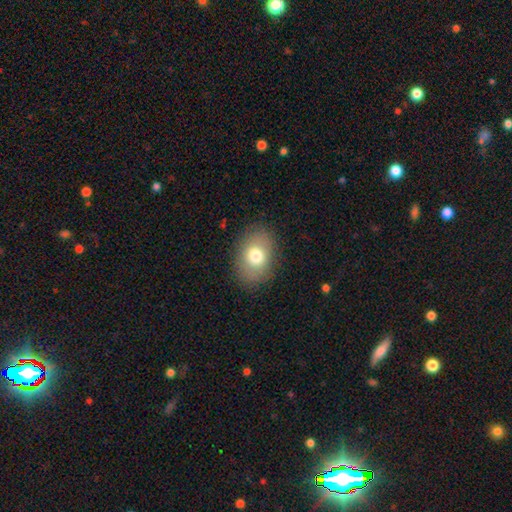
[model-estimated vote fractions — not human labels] Overall: smooth (76%). How rounded: in between (75%). Merging: none (86%).